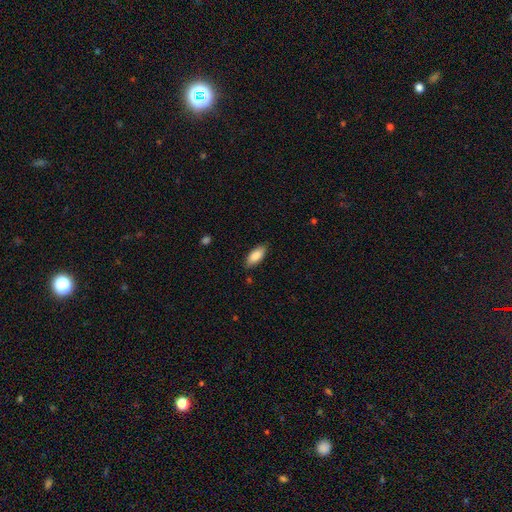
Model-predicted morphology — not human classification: A smooth galaxy with no disk features (88%) that is in between round and cigar-shaped (86%).

Vote fractions:
- Smooth or featured? smooth: 88% / featured or disk: 6% / star or artifact: 6%
- How rounded? in between: 86% / cigar-shaped: 12% / round: 2%
- Merging? none: 83% / minor disturbance: 13% / major disturbance: 2% / merger: 1%